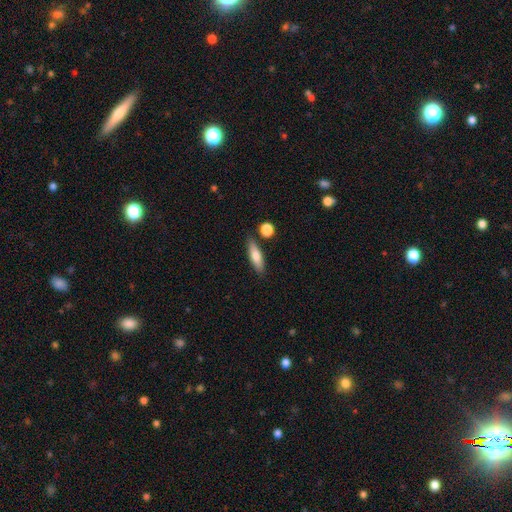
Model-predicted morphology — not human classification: Smooth or featured: smooth — 73% (featured or disk — 20%)
How rounded: cigar-shaped — 56% (in between — 41%)
Merging: none — 81% (minor disturbance — 11%)